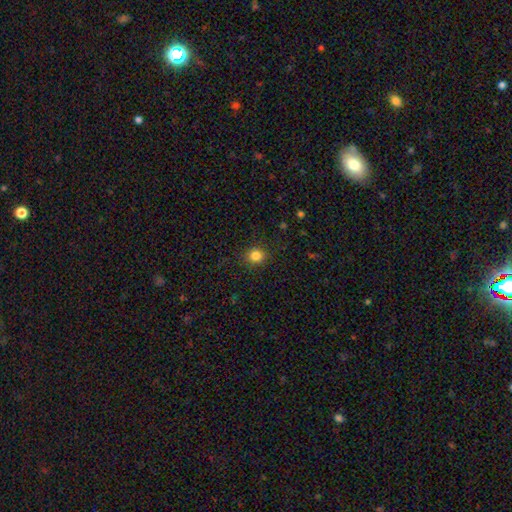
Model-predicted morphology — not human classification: type=smooth (83%); roundness=round (84%); merging=none (88%).